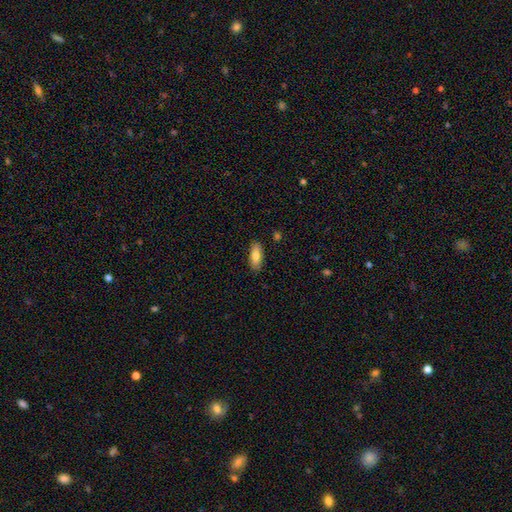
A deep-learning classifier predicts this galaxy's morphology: This appears to be a smooth galaxy with no disk features (77%) that is in between round and cigar-shaped (77%). Merging: none (87%).